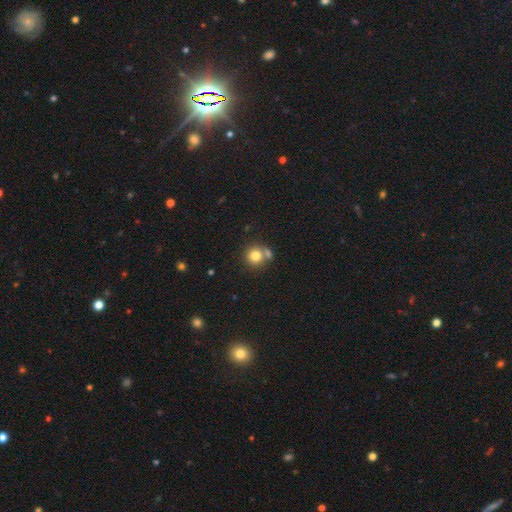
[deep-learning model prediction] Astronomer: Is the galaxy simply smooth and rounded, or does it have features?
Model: smooth — 80%.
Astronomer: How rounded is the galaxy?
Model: round — 90%.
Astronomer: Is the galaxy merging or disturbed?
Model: none — 58%.